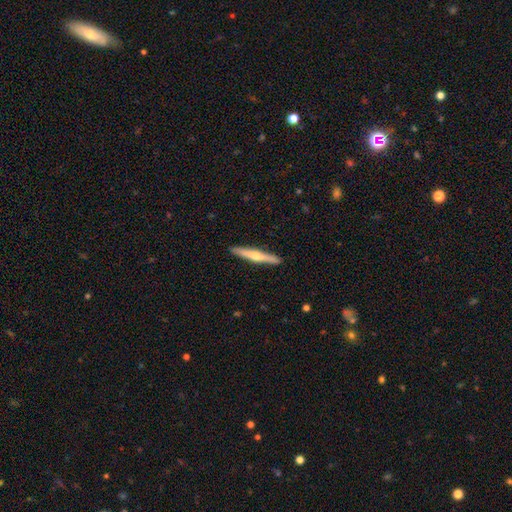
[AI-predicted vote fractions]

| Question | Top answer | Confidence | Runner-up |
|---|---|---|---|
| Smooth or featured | featured or disk | 59% | smooth (36%) |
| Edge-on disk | yes | 96% | no (4%) |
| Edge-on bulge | rounded | 88% | none (9%) |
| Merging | none | 91% | minor disturbance (6%) |